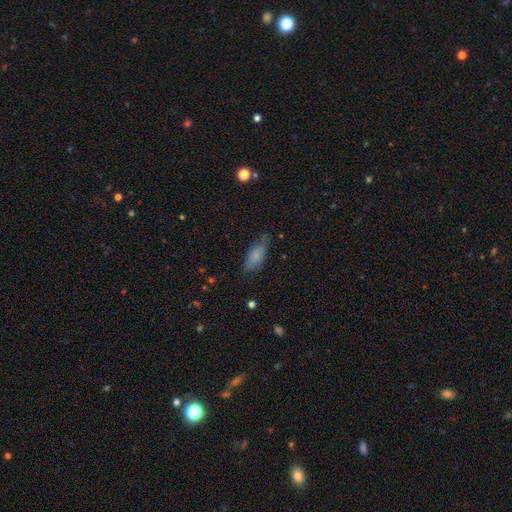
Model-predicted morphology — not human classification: The model was most divided on "merging": none: 71%, minor disturbance: 22%, major disturbance: 5%, merger: 2%. More confident: smooth or featured — smooth (78%); how rounded — in between (74%).